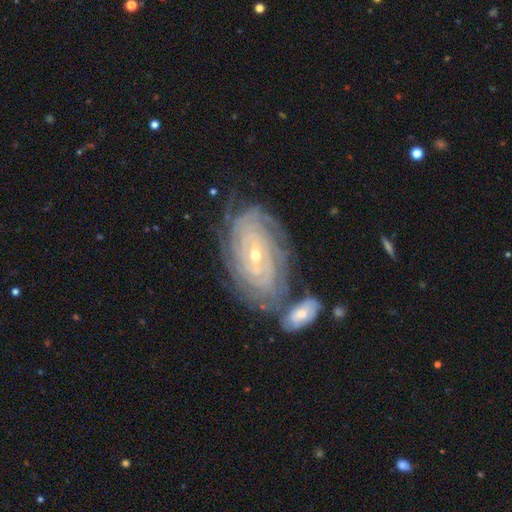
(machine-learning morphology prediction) featured or disk 85%, smooth 8%, star or artifact 7%. Down the decision tree: edge-on disk — no (95%); bar — no (62%); spiral arms — yes (95%); spiral arm count — can't tell (43%); spiral winding — tight (85%); bulge size — small (68%); merging — none (62%).